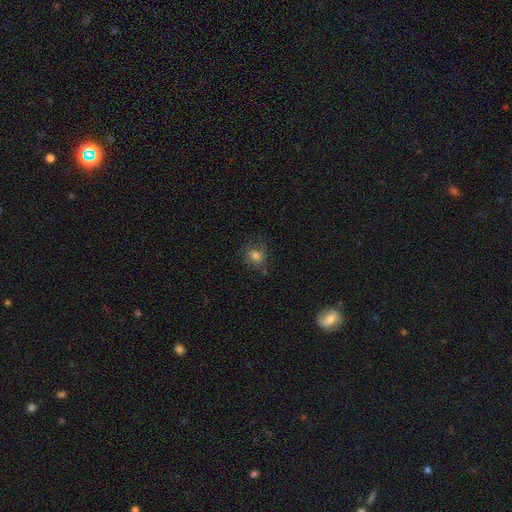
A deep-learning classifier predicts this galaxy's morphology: smooth-or-featured: smooth: 73% | featured or disk: 14% | star or artifact: 13%
  how-rounded: round: 69% | in between: 30% | cigar-shaped: 1%
  merging: none: 66% | minor disturbance: 21% | major disturbance: 10% | merger: 2%